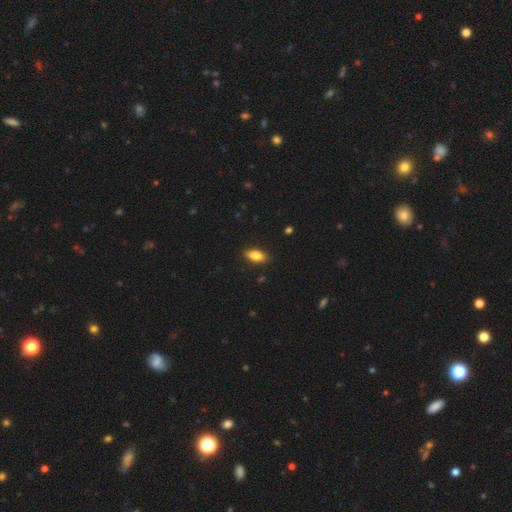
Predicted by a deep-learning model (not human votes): A smooth galaxy with no disk features (83%) that is in between round and cigar-shaped (88%). Merging: none (88%).